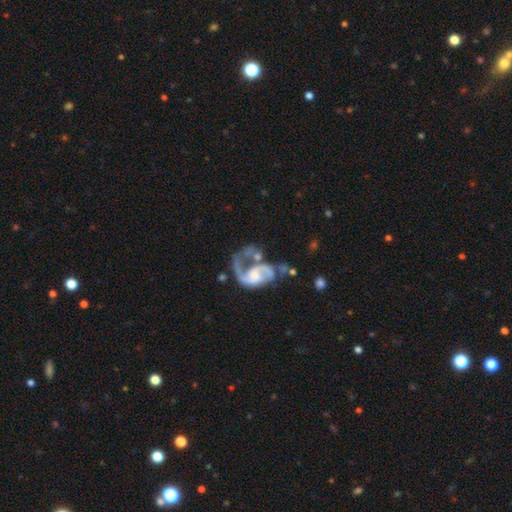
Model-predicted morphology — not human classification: Smooth or featured?
  - featured or disk: 83% *
  - smooth: 10%
  - star or artifact: 7%
Edge-on disk?
  - no: 97% *
  - yes: 3%
Bar?
  - no: 57% *
  - weak: 34%
  - strong: 9%
Spiral arms?
  - yes: 90% *
  - no: 10%
Spiral winding?
  - medium: 43% *
  - loose: 42%
  - tight: 16%
Spiral arm count?
  - 2: 60% *
  - 1: 28%
  - can't tell: 6%
  - 3: 3%
  - 4: 1%
  - more than 4: 1%
Bulge size?
  - moderate: 41% *
  - small: 31%
  - none: 14%
  - large: 12%
  - dominant: 2%
Merging?
  - major disturbance: 39% *
  - none: 25%
  - merger: 21%
  - minor disturbance: 14%